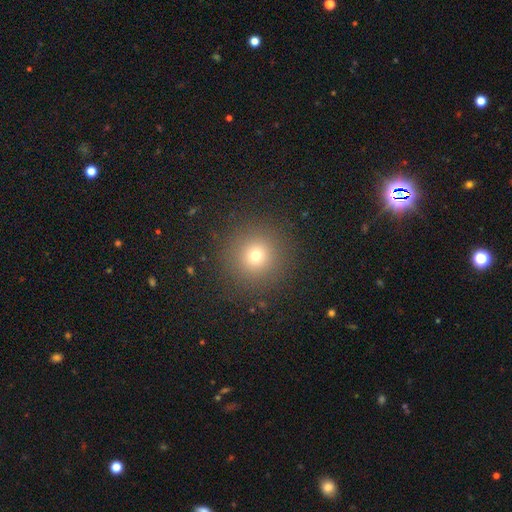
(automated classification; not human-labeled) smooth_or_featured: smooth (p=0.71) [alt: star or artifact p=0.19]
how_rounded: round (p=0.95) [alt: in between p=0.04]
merging: none (p=0.90) [alt: minor disturbance p=0.06]